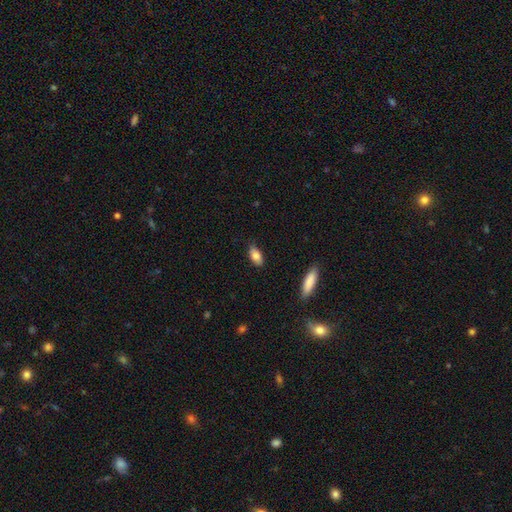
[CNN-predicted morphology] Smooth or featured: smooth — 82% (featured or disk — 11%)
How rounded: in between — 88% (cigar-shaped — 9%)
Merging: none — 80% (minor disturbance — 16%)